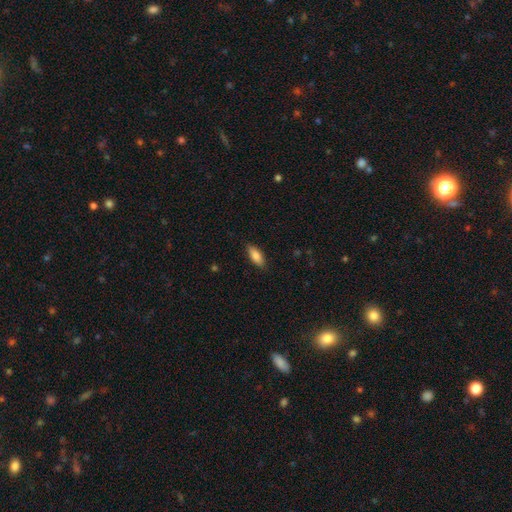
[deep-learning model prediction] A smooth galaxy with no disk features (84%) that is in between round and cigar-shaped (79%).

Vote fractions:
- Smooth or featured? smooth: 84% / featured or disk: 9% / star or artifact: 6%
- How rounded? in between: 79% / cigar-shaped: 19% / round: 2%
- Merging? none: 86% / minor disturbance: 11% / major disturbance: 2% / merger: 1%